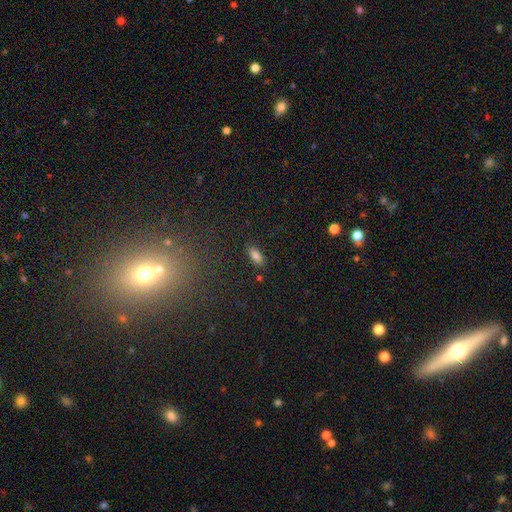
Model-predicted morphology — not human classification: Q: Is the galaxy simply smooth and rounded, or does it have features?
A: smooth — 81%.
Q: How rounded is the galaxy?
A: in between — 84%.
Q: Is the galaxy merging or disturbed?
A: none — 85%.